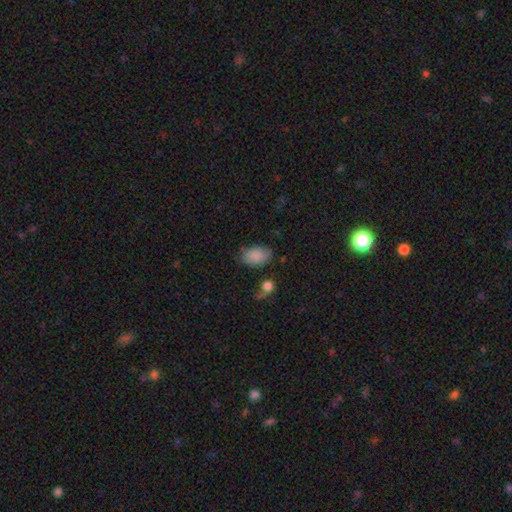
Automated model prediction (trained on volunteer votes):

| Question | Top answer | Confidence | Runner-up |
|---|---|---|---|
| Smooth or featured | smooth | 86% | star or artifact (8%) |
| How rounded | in between | 90% | round (9%) |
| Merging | none | 73% | minor disturbance (18%) |